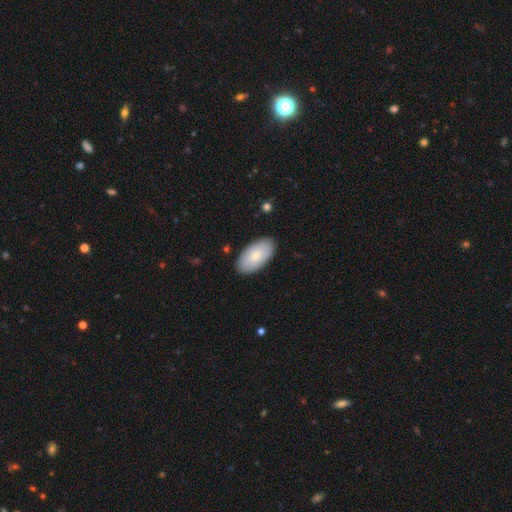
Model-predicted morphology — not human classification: This appears to be a smooth galaxy with no disk features (74%) that is in between round and cigar-shaped (96%). Merging: none (88%).